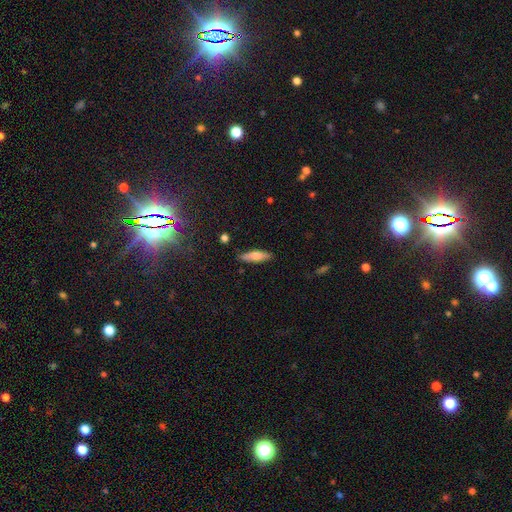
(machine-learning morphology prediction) A smooth galaxy with no disk features (64%) that is cigar-shaped (60%).

Vote fractions:
- Smooth or featured? smooth: 64% / featured or disk: 30% / star or artifact: 7%
- How rounded? cigar-shaped: 60% / in between: 38% / round: 2%
- Merging? none: 83% / minor disturbance: 13% / major disturbance: 2% / merger: 2%